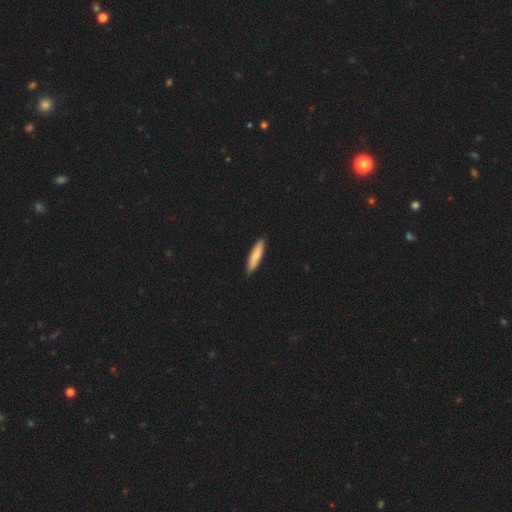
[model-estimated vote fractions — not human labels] Smooth or featured? smooth (76%)
How rounded? cigar-shaped (81%)
Merging? none (92%)